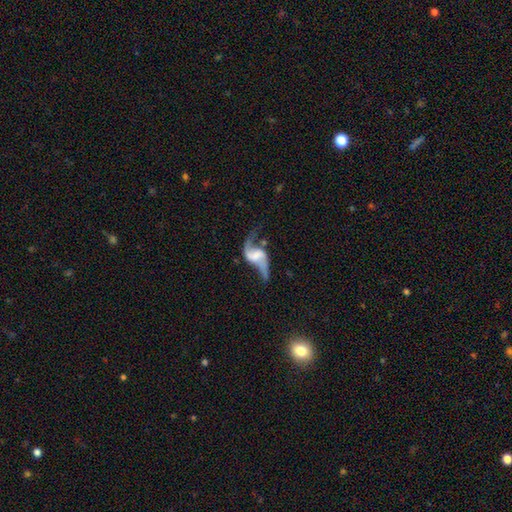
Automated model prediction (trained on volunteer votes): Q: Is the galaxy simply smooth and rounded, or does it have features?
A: featured or disk — 85%.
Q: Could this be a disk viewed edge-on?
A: no — 96%.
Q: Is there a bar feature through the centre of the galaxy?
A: weak — 43%.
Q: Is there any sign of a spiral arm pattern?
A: yes — 92%.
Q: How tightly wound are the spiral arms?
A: loose — 84%.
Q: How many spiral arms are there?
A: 2 — 90%.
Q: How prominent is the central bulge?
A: none — 40%.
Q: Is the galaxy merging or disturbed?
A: none — 49%.